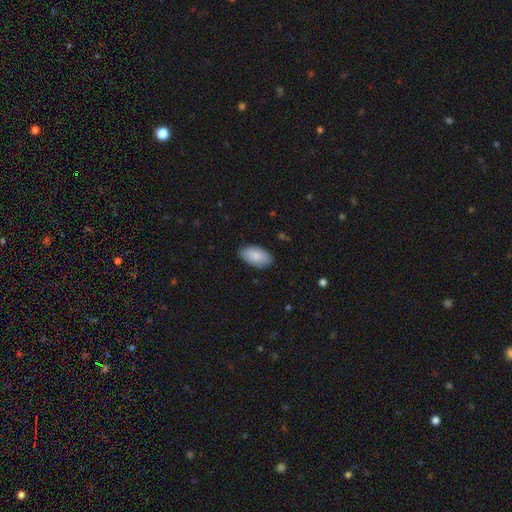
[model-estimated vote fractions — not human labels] smooth_or_featured: smooth (p=0.85) [alt: featured or disk p=0.09]
how_rounded: in between (p=0.95) [alt: round p=0.03]
merging: none (p=0.85) [alt: minor disturbance p=0.11]